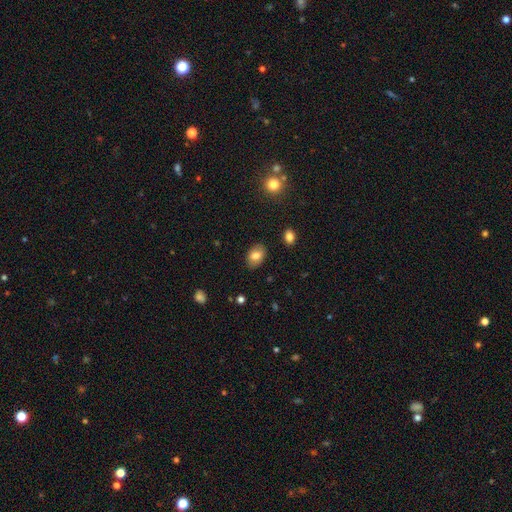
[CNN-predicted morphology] Smooth or featured? smooth (79%)
How rounded? in between (84%)
Merging? none (85%)